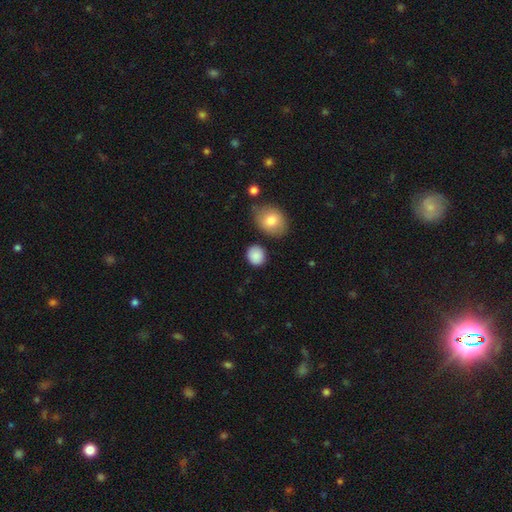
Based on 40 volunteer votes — This appears to be a smooth galaxy with no disk features (82%) that is round (82%). Merging: none (86%).